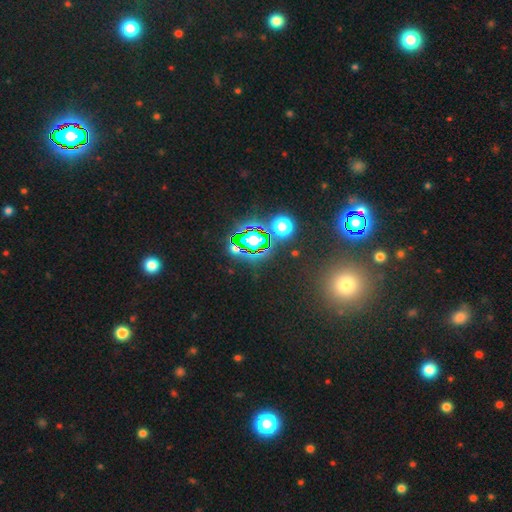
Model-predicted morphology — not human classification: A star or artifact, not a galaxy (79%).